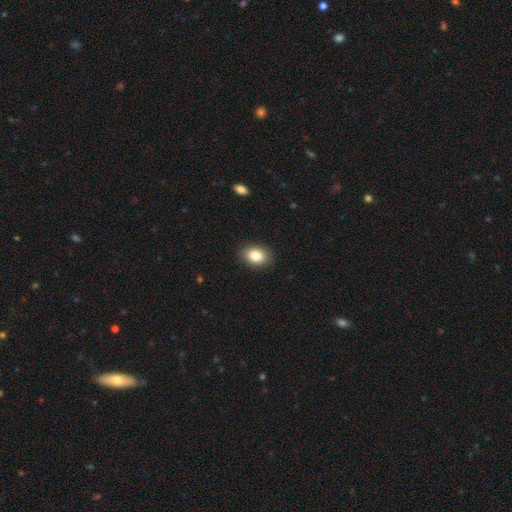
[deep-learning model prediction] smooth-or-featured: smooth: 84% | star or artifact: 9% | featured or disk: 7%
  how-rounded: in between: 72% | round: 27% | cigar-shaped: 1%
  merging: none: 89% | minor disturbance: 8% | major disturbance: 2% | merger: 1%